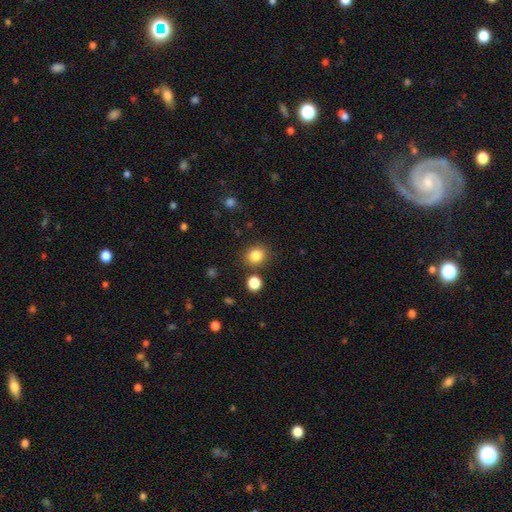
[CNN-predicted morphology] The model was most divided on "how rounded": round: 76%, in between: 24%, cigar-shaped: 1%. More confident: smooth or featured — smooth (84%); merging — none (84%).